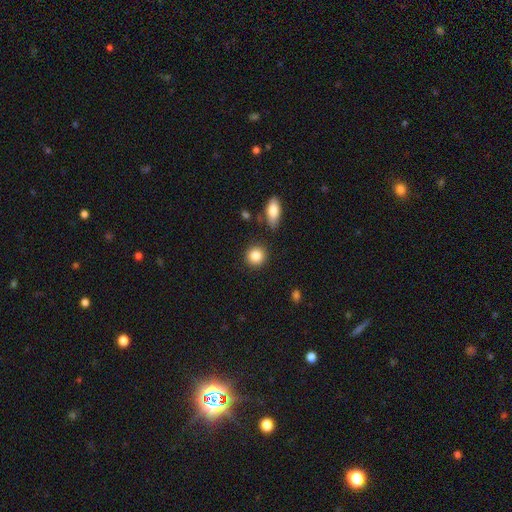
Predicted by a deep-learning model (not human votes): Smooth or featured: smooth — 87% (star or artifact — 8%)
How rounded: round — 87% (in between — 12%)
Merging: none — 87% (minor disturbance — 8%)